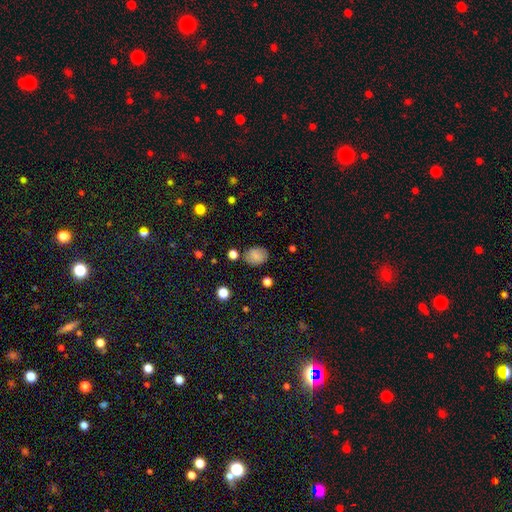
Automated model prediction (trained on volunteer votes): This is clearly a smooth galaxy (82%). How rounded: possibly in between (58%). Merging: clearly none (81%).